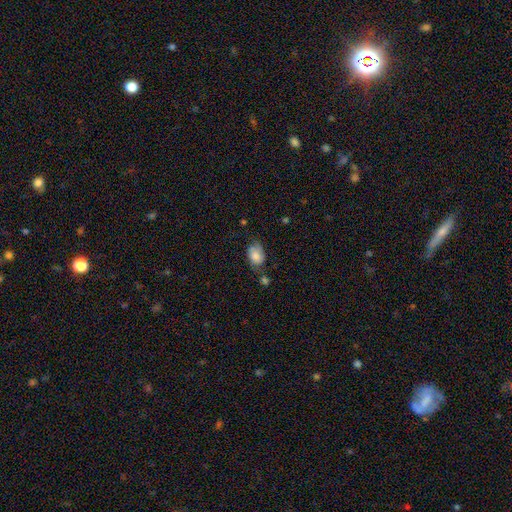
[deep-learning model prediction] Smooth or featured? Predicted: smooth (p=0.75). How rounded? Predicted: in between (p=0.81). Merging? Predicted: none (p=0.54).